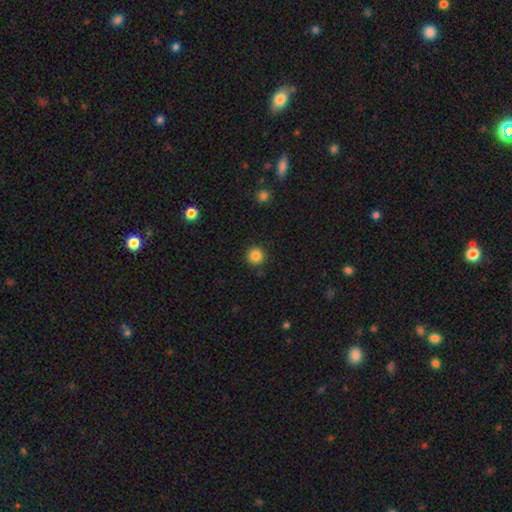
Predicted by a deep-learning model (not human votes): Morphology: type=smooth (85%); roundness=round (95%); merging=none (90%).